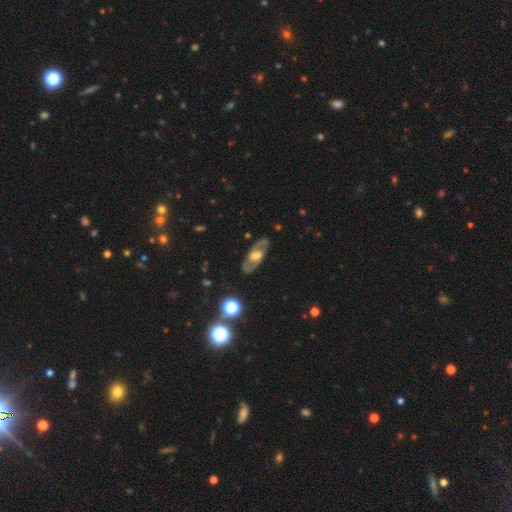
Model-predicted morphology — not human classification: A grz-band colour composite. It shows a featured or disk galaxy (73%) with no bar (49%), spiral arms (76%) and a moderate central bulge (53%). Merging: none (81%).